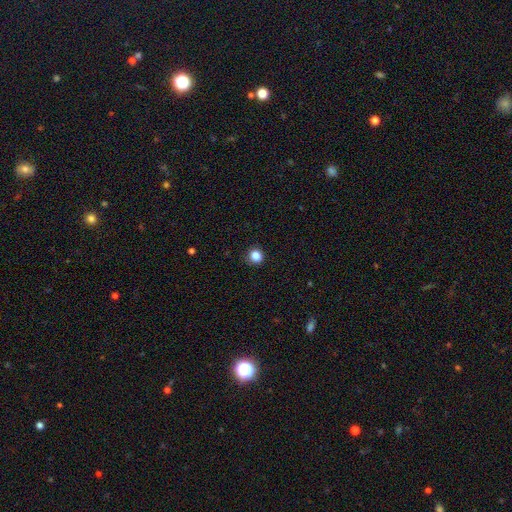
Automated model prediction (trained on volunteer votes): A smooth galaxy with no disk features (85%) that is round (87%). Merging: none (88%).